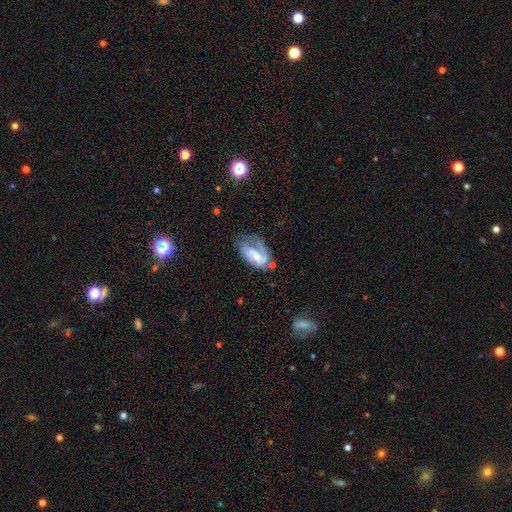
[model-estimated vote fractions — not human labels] A featured or disk galaxy (75%) with a weak bar (44%), 2 (50%) medium (44%) spiral arms (90%) and a small central bulge (48%). Merging: none (44%).